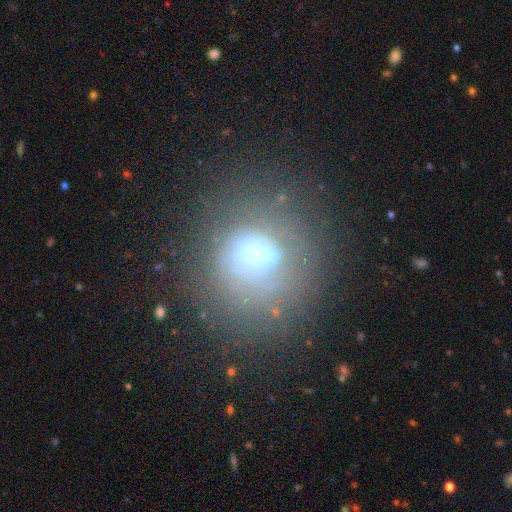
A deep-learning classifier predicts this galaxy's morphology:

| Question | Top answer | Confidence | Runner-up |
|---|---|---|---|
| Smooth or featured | featured or disk | 47% | smooth (36%) |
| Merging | none | 60% | minor disturbance (18%) |